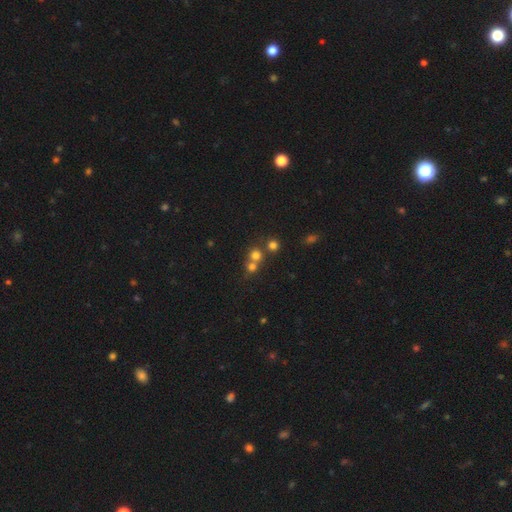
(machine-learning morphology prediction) smooth 68%, star or artifact 20%, featured or disk 12%. Down the decision tree: how rounded — round (87%); merging — none (46%, tied with merger).